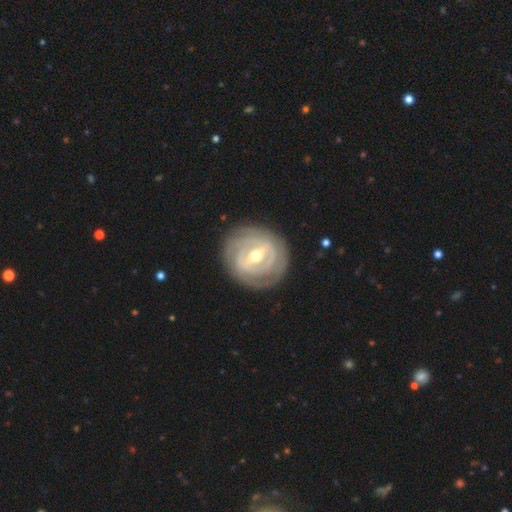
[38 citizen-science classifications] This appears to be a featured or disk galaxy (95%) with a strong bar (62%), 2 (40%) tight (90%) spiral arms (94%) and a moderate central bulge (62%). Merging: none (76%).